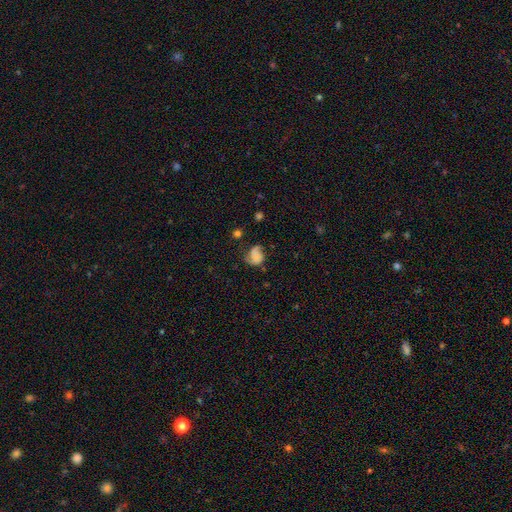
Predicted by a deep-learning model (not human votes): Overall: smooth (50%; featured or disk 39%). Merging: none (44%; minor disturbance 30%).